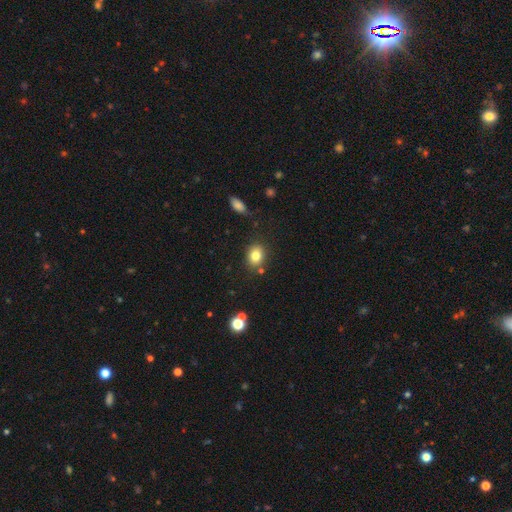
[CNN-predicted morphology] Smooth or featured? smooth (81%)
How rounded? round (53%)
Merging? none (81%)